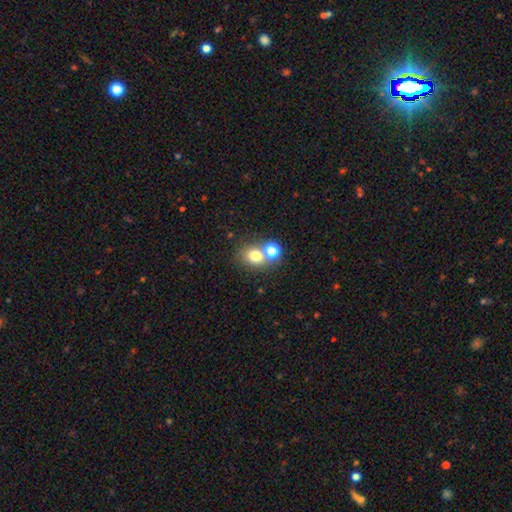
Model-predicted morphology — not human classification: Smooth or featured: smooth — 73% (star or artifact — 15%)
How rounded: round — 66% (in between — 34%)
Merging: none — 52% (merger — 35%)